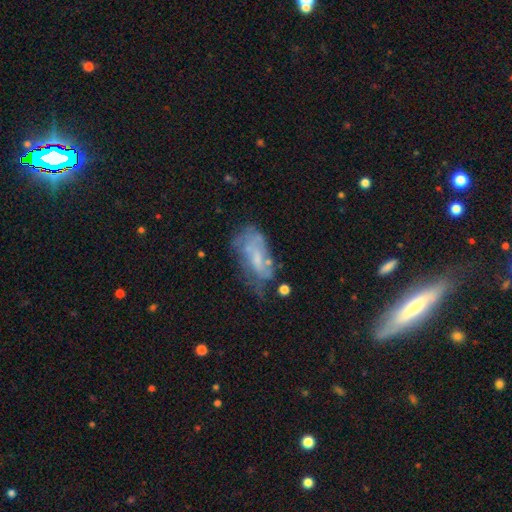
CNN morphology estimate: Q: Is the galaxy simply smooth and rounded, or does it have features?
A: featured or disk — 58%.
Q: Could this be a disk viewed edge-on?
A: no — 92%.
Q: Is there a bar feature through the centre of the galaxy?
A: no — 55%.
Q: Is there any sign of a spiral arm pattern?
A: yes — 51%.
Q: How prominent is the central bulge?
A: small — 43%.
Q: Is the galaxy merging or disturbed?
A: none — 41%.